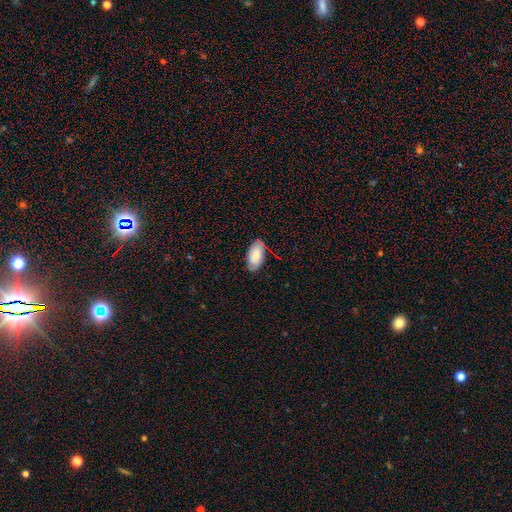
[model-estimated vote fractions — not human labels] The model was most divided on "smooth or featured": smooth: 66%, featured or disk: 27%, star or artifact: 7%. More confident: how rounded — in between (94%); merging — none (77%).